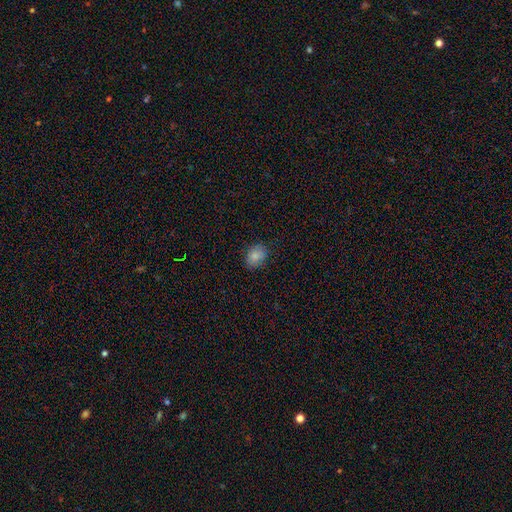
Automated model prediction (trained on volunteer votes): smooth-or-featured: smooth: 84% | star or artifact: 9% | featured or disk: 8%
  how-rounded: in between: 61% | round: 38% | cigar-shaped: 1%
  merging: none: 84% | minor disturbance: 13% | major disturbance: 3% | merger: 1%